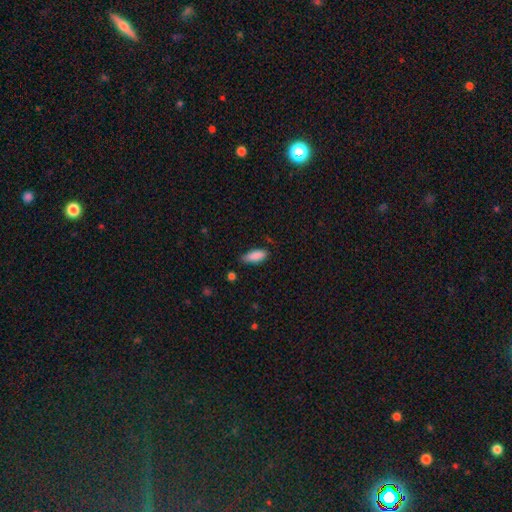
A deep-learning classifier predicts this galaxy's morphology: Q: Smooth or featured?
A: smooth (88%); runner-up: star or artifact (7%)
Q: How rounded?
A: in between (79%); runner-up: cigar-shaped (19%)
Q: Merging?
A: none (72%); runner-up: minor disturbance (23%)